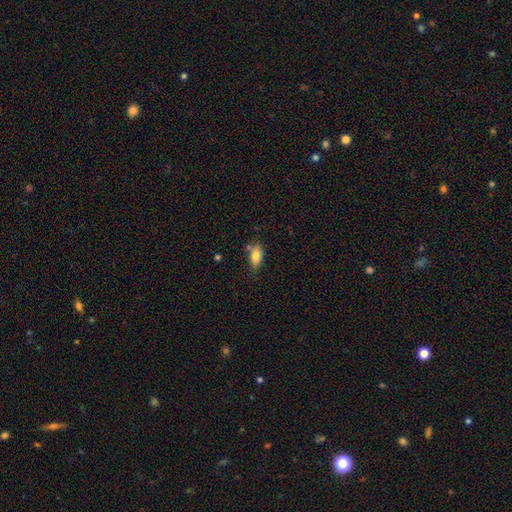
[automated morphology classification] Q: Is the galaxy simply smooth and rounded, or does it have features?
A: smooth — 81%.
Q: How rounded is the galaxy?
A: in between — 87%.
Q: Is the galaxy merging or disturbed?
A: none — 67%.